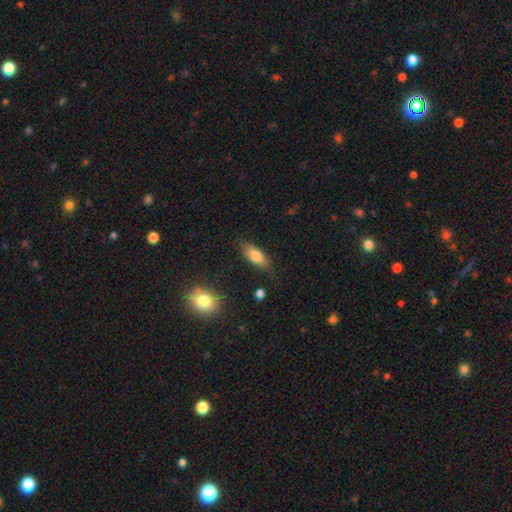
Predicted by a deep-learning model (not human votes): The model was most divided on "how rounded": in between: 76%, cigar-shaped: 21%, round: 3%. More confident: smooth or featured — smooth (77%); merging — none (77%).